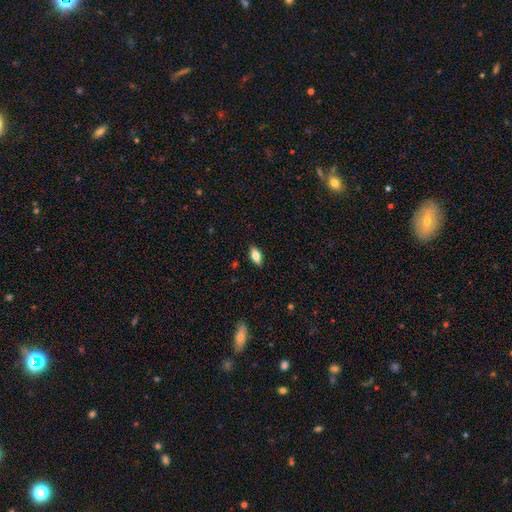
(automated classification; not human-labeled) A smooth galaxy with no disk features (76%) that is in between round and cigar-shaped (83%). Merging: none (87%).